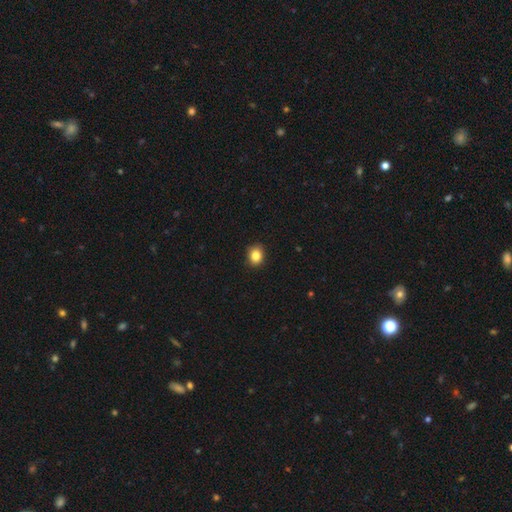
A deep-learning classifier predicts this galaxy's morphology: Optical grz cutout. It shows a smooth galaxy with no disk features (85%) that is round (63%). Merging: none (88%).